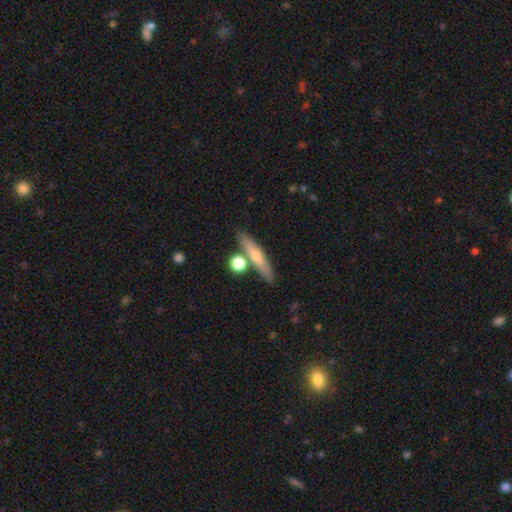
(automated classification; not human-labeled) smooth 50%, featured or disk 42%, star or artifact 8%. Down the decision tree: merging — none (79%).